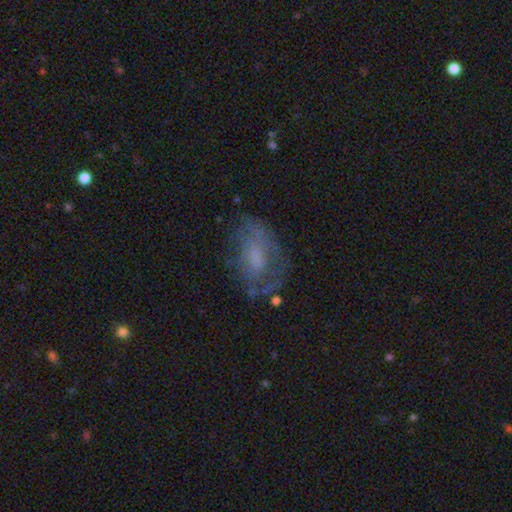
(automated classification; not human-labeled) smooth-or-featured: featured or disk: 48% | smooth: 39% | star or artifact: 12%
  merging: none: 52% | minor disturbance: 24% | major disturbance: 22% | merger: 3%